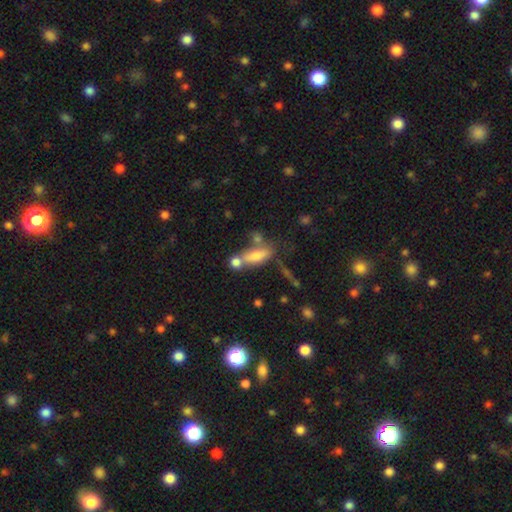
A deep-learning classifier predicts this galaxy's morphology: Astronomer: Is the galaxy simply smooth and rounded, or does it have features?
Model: smooth — 62%.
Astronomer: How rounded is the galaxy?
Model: in between — 56% (runner-up: cigar-shaped, 40%).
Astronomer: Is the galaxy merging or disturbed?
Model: none — 47% (runner-up: merger, 30%).